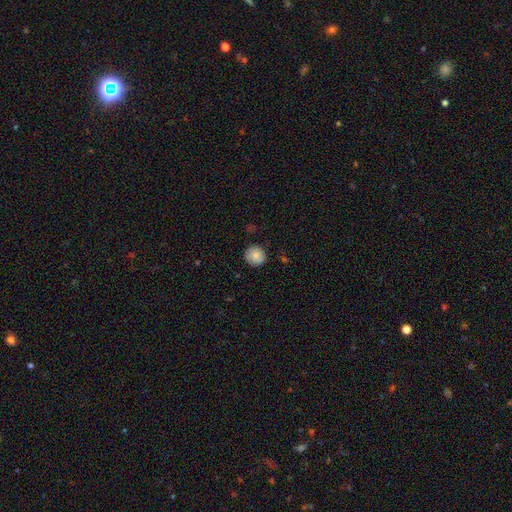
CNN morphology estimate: This appears to be a smooth galaxy with no disk features (84%) that is round (91%). Merging: none (85%).